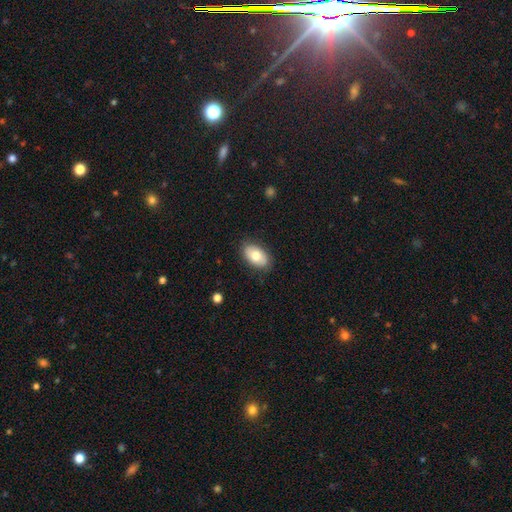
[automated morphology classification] smooth-or-featured: smooth: 74% | featured or disk: 19% | star or artifact: 7%
  how-rounded: in between: 92% | round: 6% | cigar-shaped: 1%
  merging: none: 84% | minor disturbance: 12% | major disturbance: 3% | merger: 1%